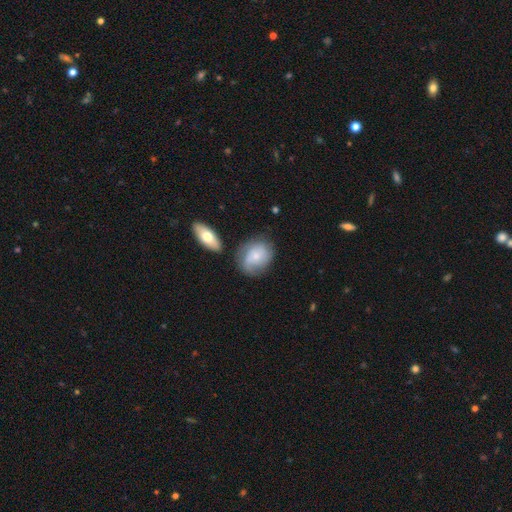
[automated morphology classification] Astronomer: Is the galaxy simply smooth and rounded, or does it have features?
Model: smooth — 57% (runner-up: featured or disk, 37%).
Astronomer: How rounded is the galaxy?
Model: in between — 58% (runner-up: round, 41%).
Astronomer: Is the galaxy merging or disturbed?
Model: none — 59%.